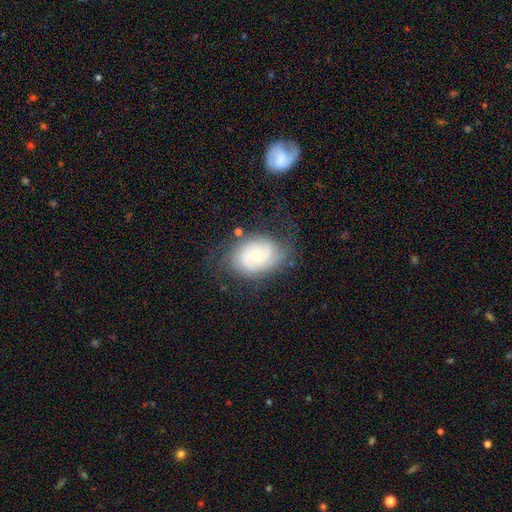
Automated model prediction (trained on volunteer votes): featured or disk 76%, smooth 17%, star or artifact 7%. Down the decision tree: edge-on disk — no (97%); bar — no (61%); spiral arms — yes (94%); spiral arm count — 2 (51%); spiral winding — tight (59%); bulge size — small (60%); merging — none (65%).